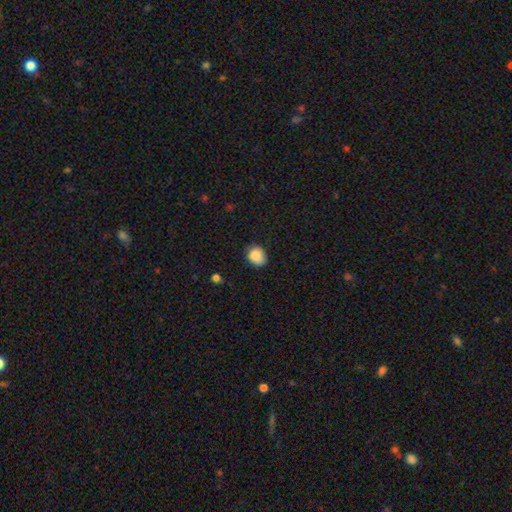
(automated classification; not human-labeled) Q: Smooth or featured?
A: smooth (87%); runner-up: star or artifact (8%)
Q: How rounded?
A: round (57%); runner-up: in between (42%)
Q: Merging?
A: none (76%); runner-up: minor disturbance (19%)